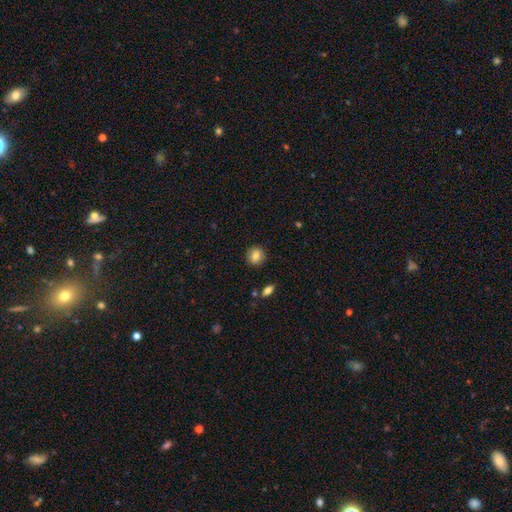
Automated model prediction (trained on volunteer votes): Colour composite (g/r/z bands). It shows a smooth galaxy with no disk features (82%) that is round (88%). Merging: none (90%).